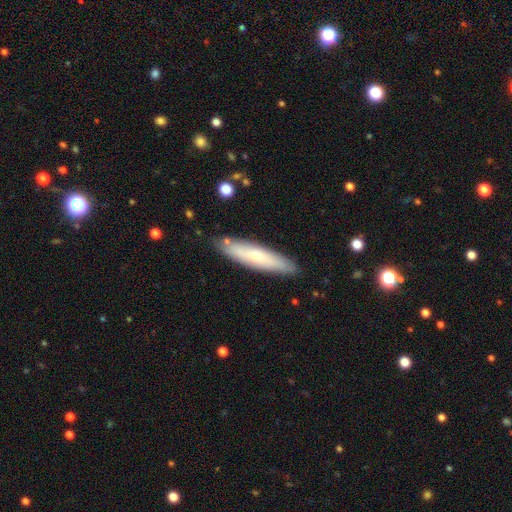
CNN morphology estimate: Smooth or featured? smooth (62%)
How rounded? cigar-shaped (82%)
Merging? none (85%)